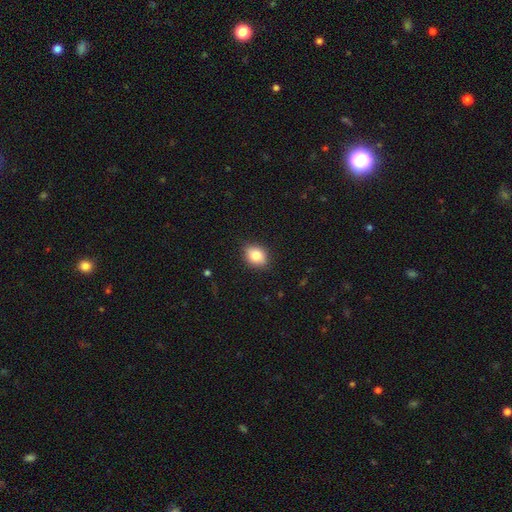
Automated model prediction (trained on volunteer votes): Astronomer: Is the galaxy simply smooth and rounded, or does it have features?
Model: smooth — 81%.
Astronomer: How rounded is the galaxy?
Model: in between — 61% (runner-up: round, 37%).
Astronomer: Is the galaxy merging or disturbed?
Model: none — 85%.